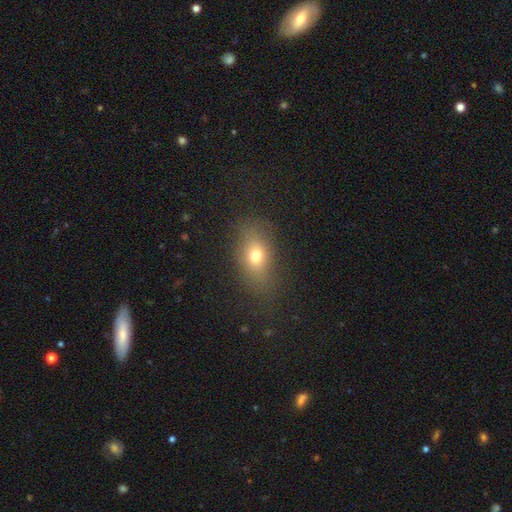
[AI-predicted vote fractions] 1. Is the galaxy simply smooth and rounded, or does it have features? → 70% smooth, 16% featured or disk, 15% star or artifact.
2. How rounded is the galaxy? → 72% in between, 23% round, 4% cigar-shaped.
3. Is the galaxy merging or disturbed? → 74% none, 15% minor disturbance, 9% major disturbance, 2% merger.